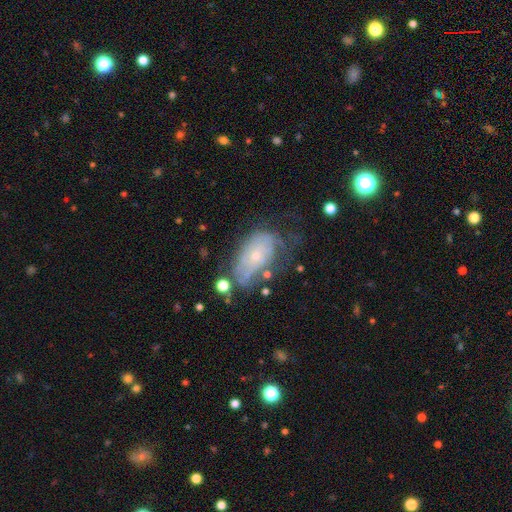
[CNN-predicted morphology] Smooth or featured: featured or disk — 57% (smooth — 33%)
Edge-on disk: no — 92% (yes — 8%)
Bar: no — 83% (weak — 14%)
Spiral arms: yes — 57% (no — 43%)
Bulge size: small — 68% (moderate — 26%)
Merging: none — 39% (minor disturbance — 30%)